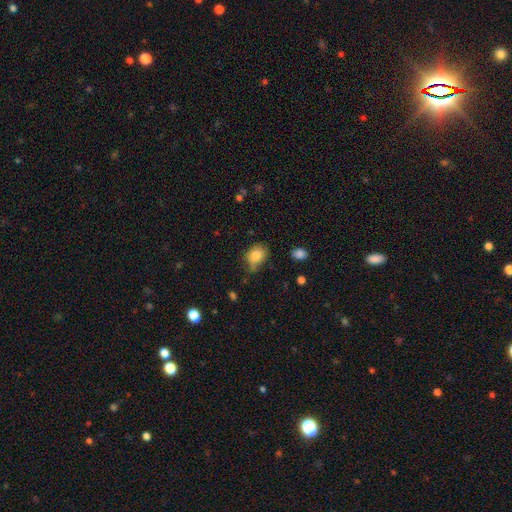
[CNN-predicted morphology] smooth 80%, featured or disk 10%, star or artifact 10%. Down the decision tree: how rounded — in between (57%); merging — none (51%).